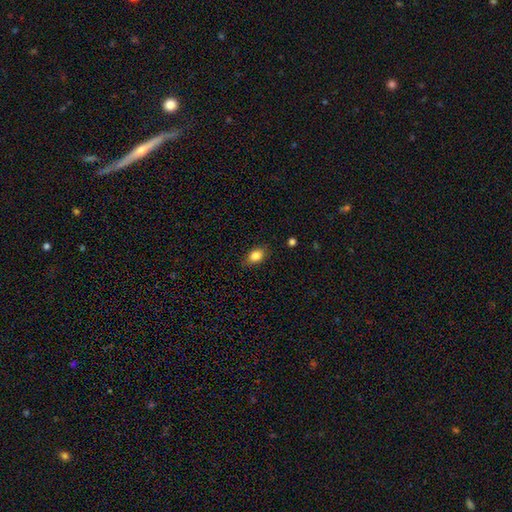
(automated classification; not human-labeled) Smooth or featured?
  - smooth: 84% *
  - star or artifact: 9%
  - featured or disk: 7%
How rounded?
  - in between: 77% *
  - round: 21%
  - cigar-shaped: 2%
Merging?
  - none: 83% *
  - minor disturbance: 13%
  - major disturbance: 3%
  - merger: 1%